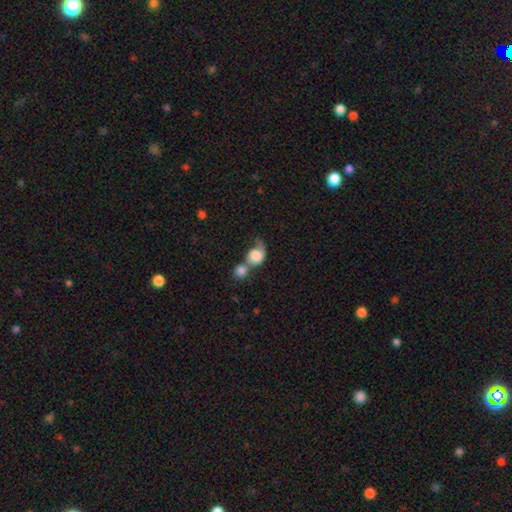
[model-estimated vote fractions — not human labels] This appears to be a smooth galaxy with no disk features (63%) that is round (63%). Merging: merger (65%).